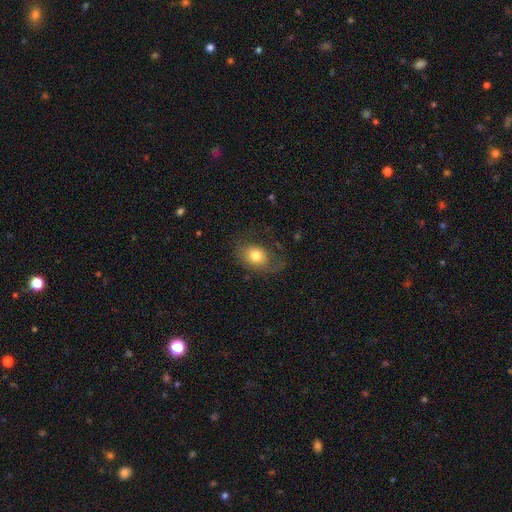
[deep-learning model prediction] Smooth or featured? smooth (73%)
How rounded? in between (60%)
Merging? none (57%)